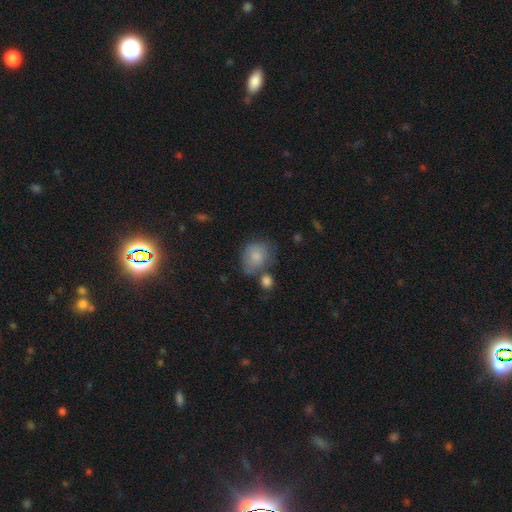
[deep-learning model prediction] Morphology: type=smooth (76%); roundness=round (57%); merging=none (44%).